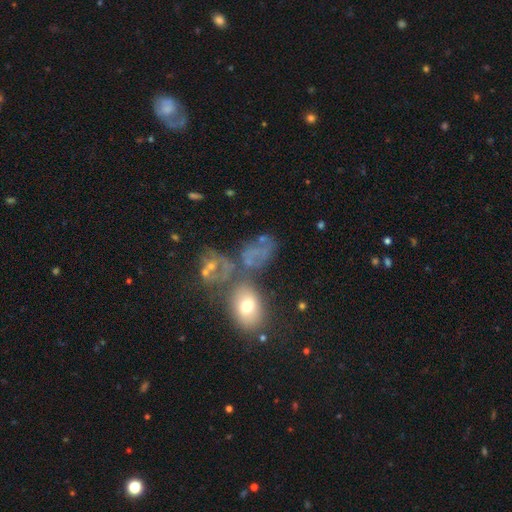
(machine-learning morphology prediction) type=featured or disk (42%); merging=none (39%).